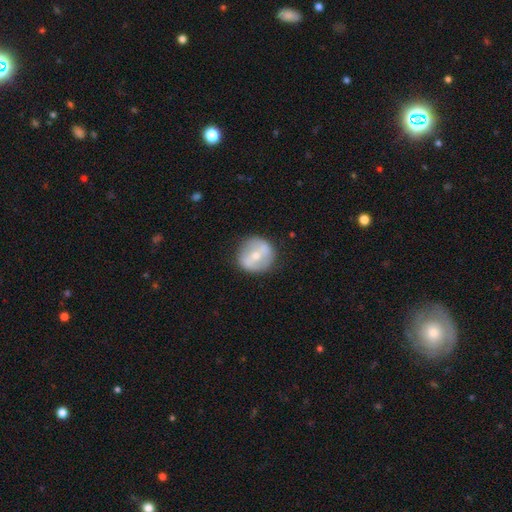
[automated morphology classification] A featured or disk galaxy (55%) with a strong bar (42%), no spiral arms (65%) and a small central bulge (51%). Merging: none (81%).